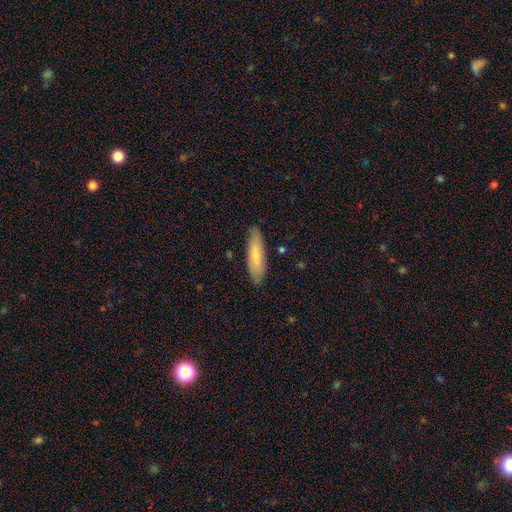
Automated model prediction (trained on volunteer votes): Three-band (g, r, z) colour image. It shows a smooth galaxy with no disk features (74%) that is cigar-shaped (66%). Merging: none (85%).